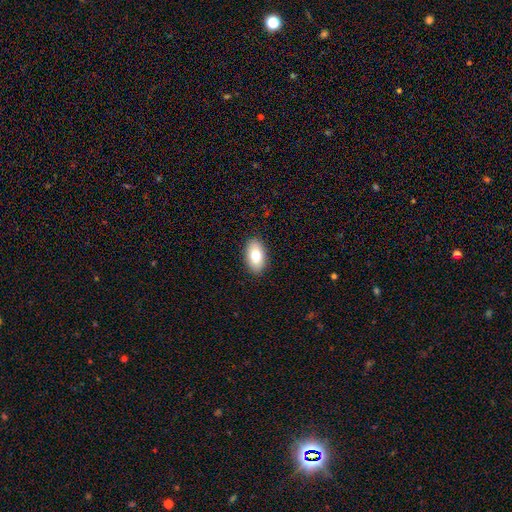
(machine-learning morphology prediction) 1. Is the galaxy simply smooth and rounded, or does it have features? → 80% smooth, 13% featured or disk, 7% star or artifact.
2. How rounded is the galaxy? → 93% in between, 5% round, 2% cigar-shaped.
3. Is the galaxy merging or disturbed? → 89% none, 8% minor disturbance, 2% major disturbance, 1% merger.